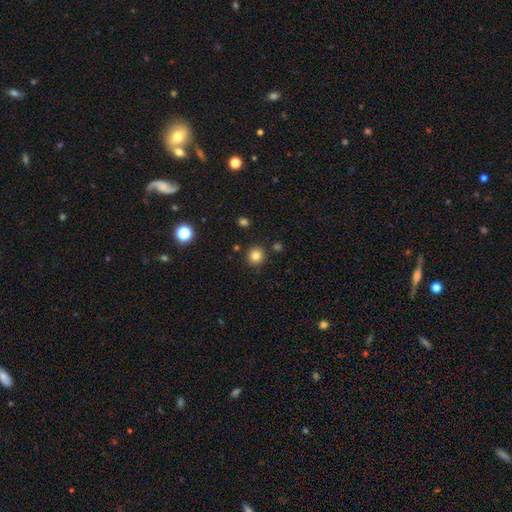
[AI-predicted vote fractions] A smooth galaxy with no disk features (82%) that is round (90%).

Vote fractions:
- Smooth or featured? smooth: 82% / star or artifact: 12% / featured or disk: 5%
- How rounded? round: 90% / in between: 9% / cigar-shaped: 1%
- Merging? none: 88% / minor disturbance: 7% / merger: 3% / major disturbance: 2%